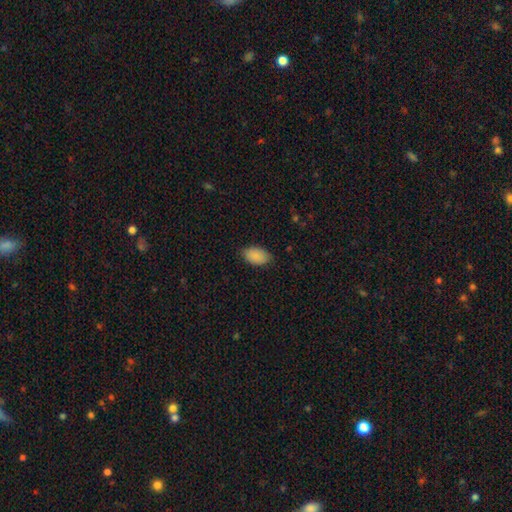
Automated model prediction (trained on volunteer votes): Smooth or featured? smooth (89%)
How rounded? in between (94%)
Merging? none (81%)